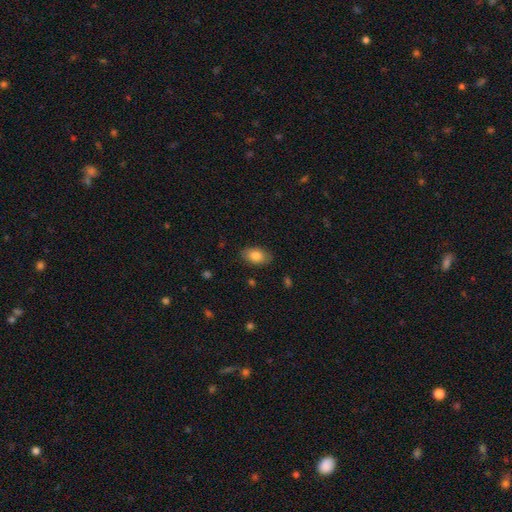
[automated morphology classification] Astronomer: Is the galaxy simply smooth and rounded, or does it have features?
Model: smooth — 83%.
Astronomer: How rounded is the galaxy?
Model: in between — 91%.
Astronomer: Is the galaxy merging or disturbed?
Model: none — 85%.